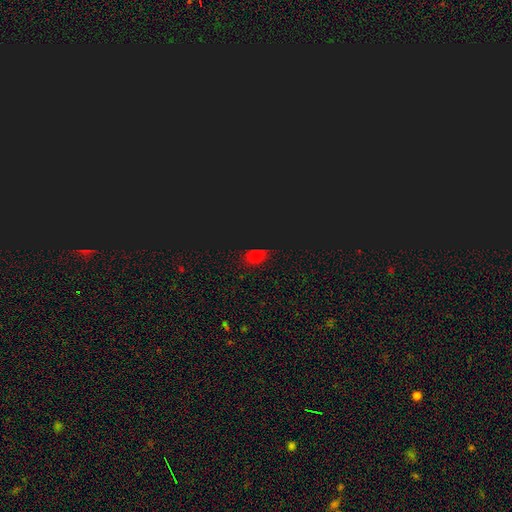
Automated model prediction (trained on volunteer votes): This is possibly a smooth galaxy (55%). How rounded: likely in between (64%). Merging: likely none (77%).